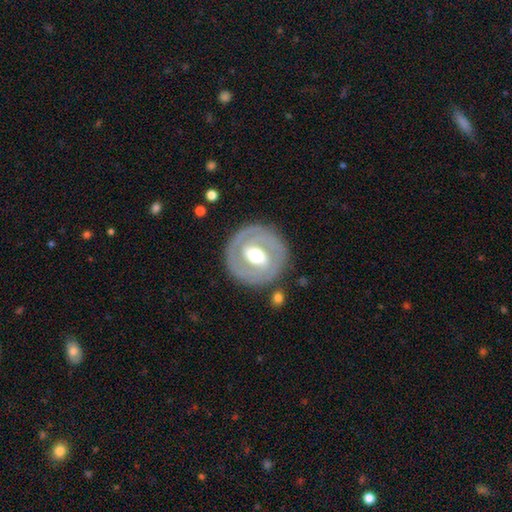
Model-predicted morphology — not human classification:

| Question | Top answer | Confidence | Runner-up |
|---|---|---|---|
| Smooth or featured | featured or disk | 72% | smooth (23%) |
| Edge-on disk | no | 96% | yes (4%) |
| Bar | weak | 42% | strong (33%) |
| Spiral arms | yes | 56% | no (44%) |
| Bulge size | moderate | 70% | large (19%) |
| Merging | none | 83% | minor disturbance (10%) |